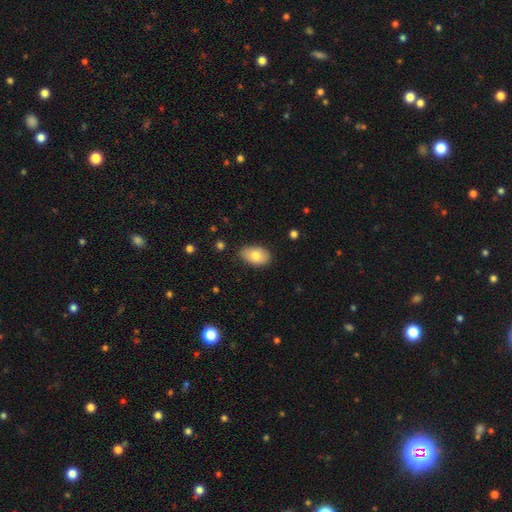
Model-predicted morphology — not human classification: Smooth or featured: smooth — 79% (featured or disk — 14%)
How rounded: in between — 91% (round — 8%)
Merging: none — 82% (minor disturbance — 15%)